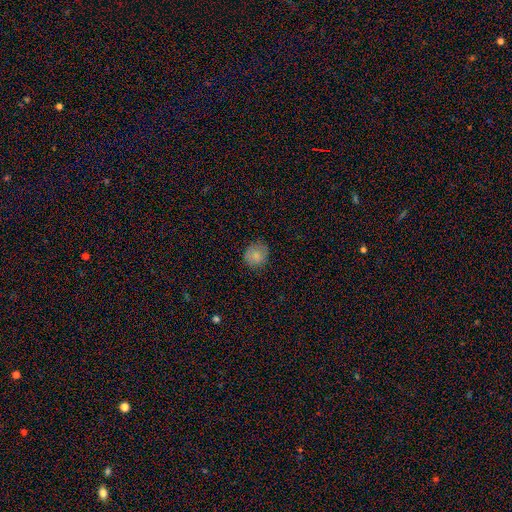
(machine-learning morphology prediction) A smooth galaxy with no disk features (80%) that is round (76%).

Vote fractions:
- Smooth or featured? smooth: 80% / featured or disk: 11% / star or artifact: 9%
- How rounded? round: 76% / in between: 24% / cigar-shaped: 1%
- Merging? none: 79% / minor disturbance: 16% / major disturbance: 3% / merger: 1%